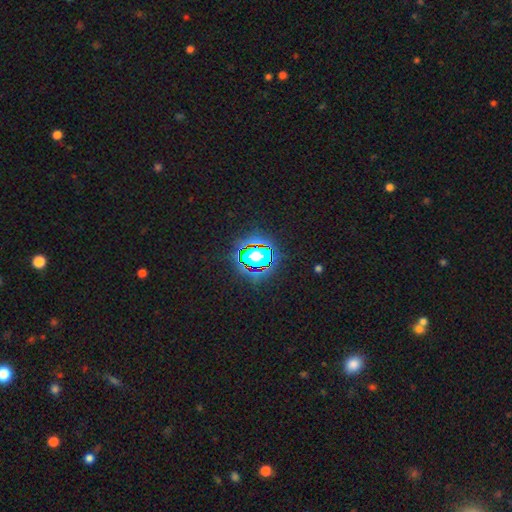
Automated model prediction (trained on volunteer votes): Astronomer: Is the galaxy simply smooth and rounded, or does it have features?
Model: star or artifact — 62%.